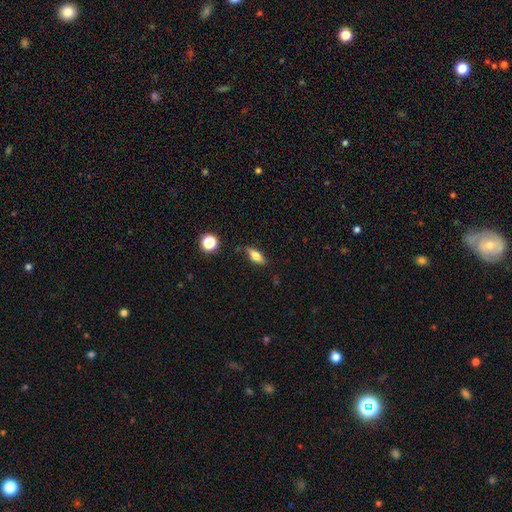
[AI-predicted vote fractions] Morphology: type=smooth (71%); roundness=in between (70%); merging=none (80%).